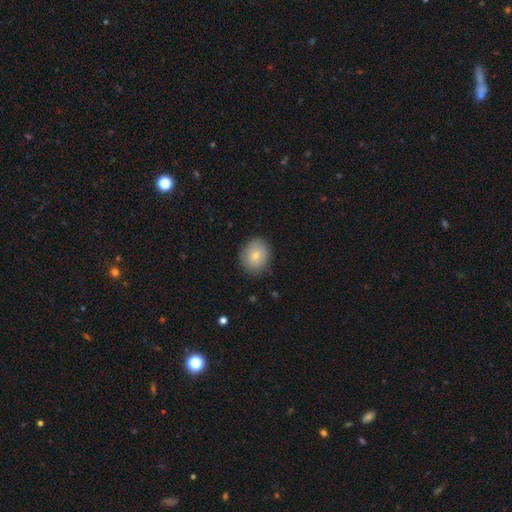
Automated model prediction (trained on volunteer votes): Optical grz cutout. It shows a smooth galaxy with no disk features (80%) that is round (60%). Merging: none (83%).